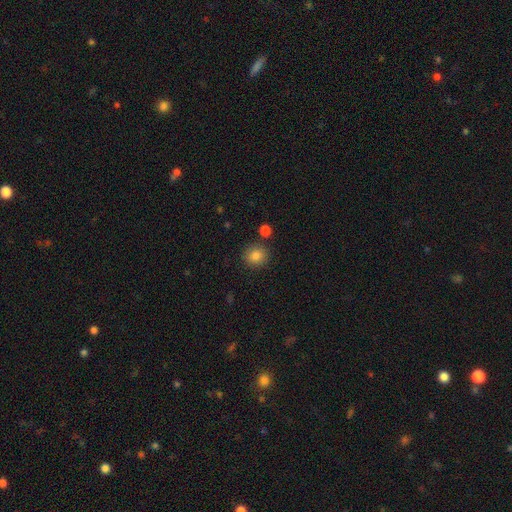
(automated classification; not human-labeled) A smooth galaxy with no disk features (83%) that is round (87%). Merging: none (85%).